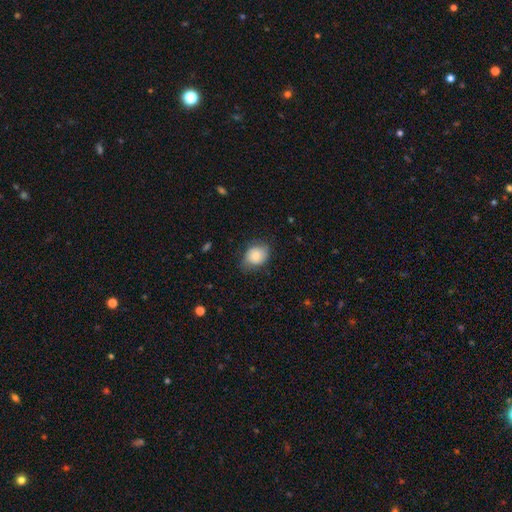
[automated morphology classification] The model was most divided on "how rounded": in between: 57%, round: 42%, cigar-shaped: 1%. More confident: smooth or featured — smooth (79%); merging — none (64%).